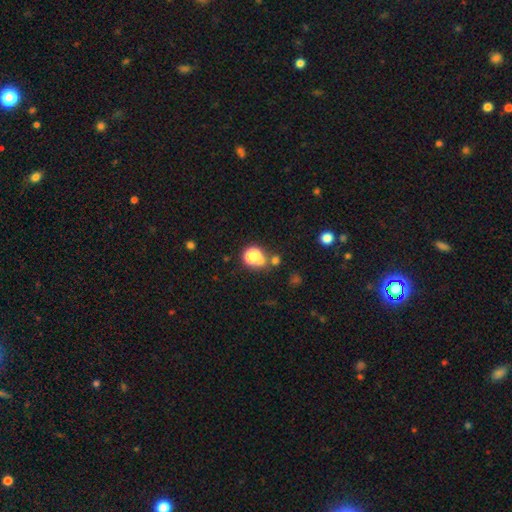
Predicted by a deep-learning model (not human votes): Q: Smooth or featured?
A: smooth (64%); runner-up: star or artifact (28%)
Q: How rounded?
A: round (81%); runner-up: in between (18%)
Q: Merging?
A: none (58%); runner-up: merger (23%)